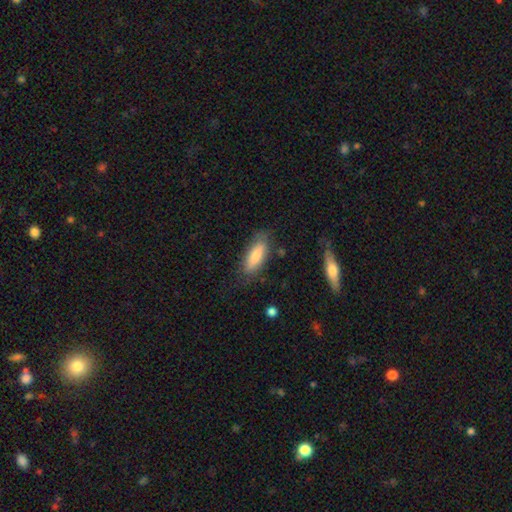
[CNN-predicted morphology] Smooth or featured? Predicted: smooth (p=0.78). How rounded? Predicted: in between (p=0.69). Merging? Predicted: none (p=0.76).